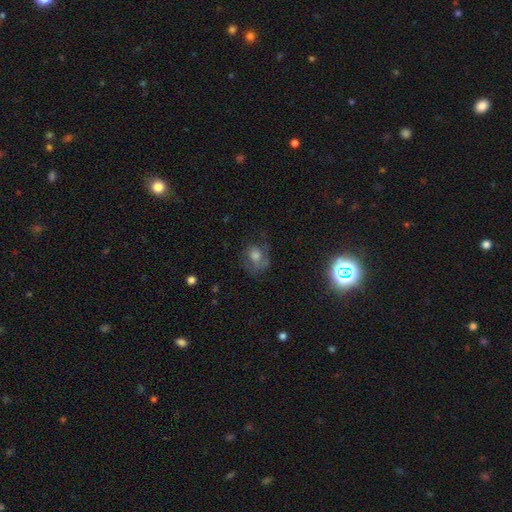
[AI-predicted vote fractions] Morphology: type=smooth (40%); merging=none (54%).